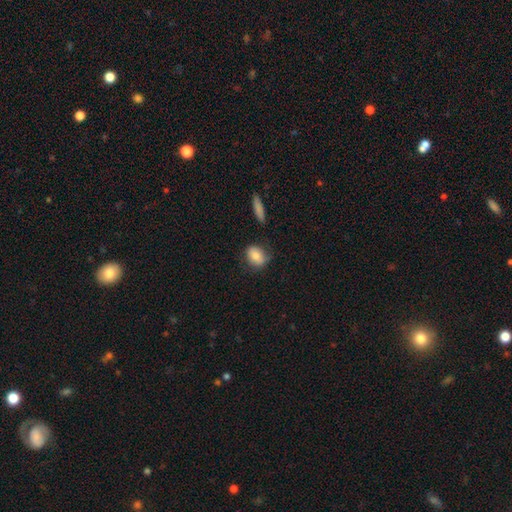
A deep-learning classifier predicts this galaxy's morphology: Smooth or featured? Predicted: smooth (p=0.80). How rounded? Predicted: in between (p=0.57). Merging? Predicted: none (p=0.74).